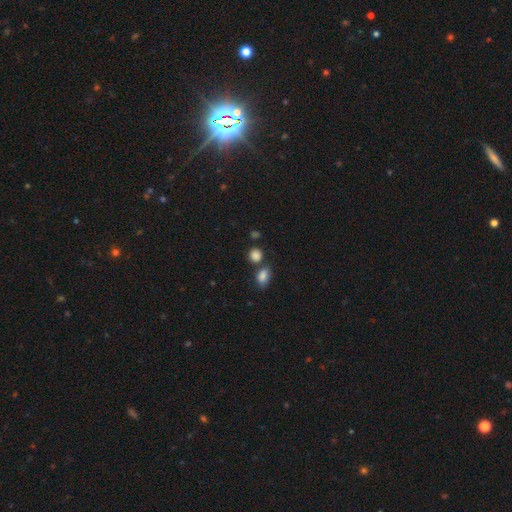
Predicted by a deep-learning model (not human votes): Smooth or featured: smooth — 85% (star or artifact — 10%)
How rounded: round — 70% (in between — 28%)
Merging: none — 63% (merger — 23%)